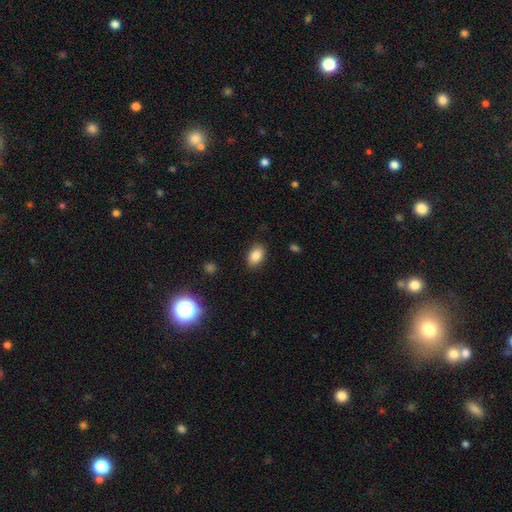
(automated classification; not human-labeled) Smooth or featured: smooth — 85% (star or artifact — 9%)
How rounded: in between — 87% (round — 11%)
Merging: none — 87% (minor disturbance — 9%)